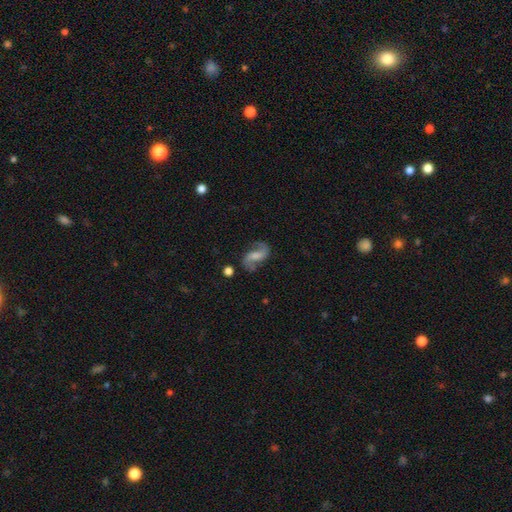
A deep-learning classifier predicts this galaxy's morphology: Smooth or featured? Predicted: featured or disk (p=0.79). Edge-on disk? Predicted: no (p=0.97). Bar? Predicted: weak (p=0.46). Spiral arms? Predicted: yes (p=0.94). Spiral winding? Predicted: loose (p=0.61). Spiral arm count? Predicted: 2 (p=0.91). Bulge size? Predicted: moderate (p=0.37). Merging? Predicted: none (p=0.72).